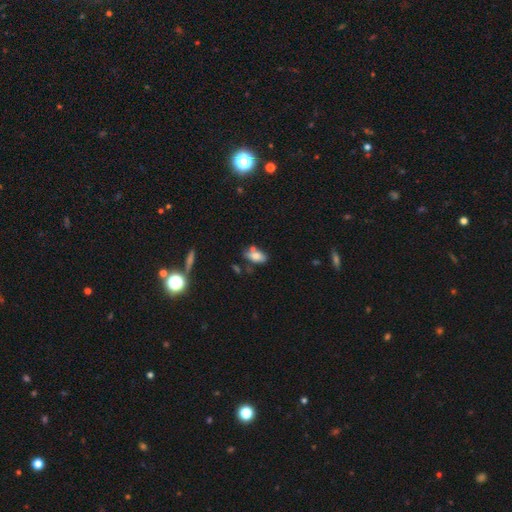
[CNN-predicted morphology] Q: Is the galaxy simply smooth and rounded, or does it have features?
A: smooth — 76%.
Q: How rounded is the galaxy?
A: in between — 89%.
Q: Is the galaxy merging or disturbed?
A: none — 56%.